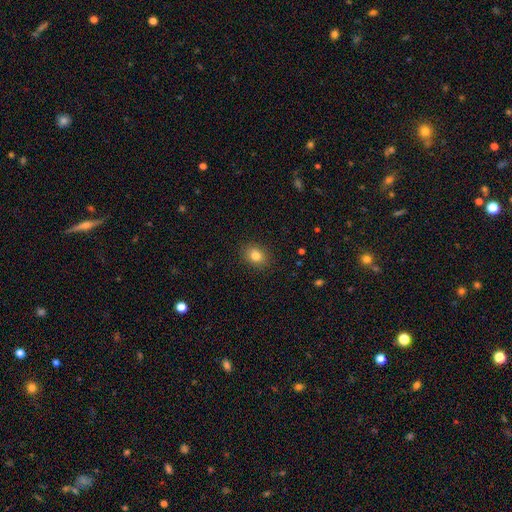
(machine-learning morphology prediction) Q: Smooth or featured?
A: smooth (82%); runner-up: star or artifact (11%)
Q: How rounded?
A: in between (57%); runner-up: round (42%)
Q: Merging?
A: none (89%); runner-up: minor disturbance (8%)